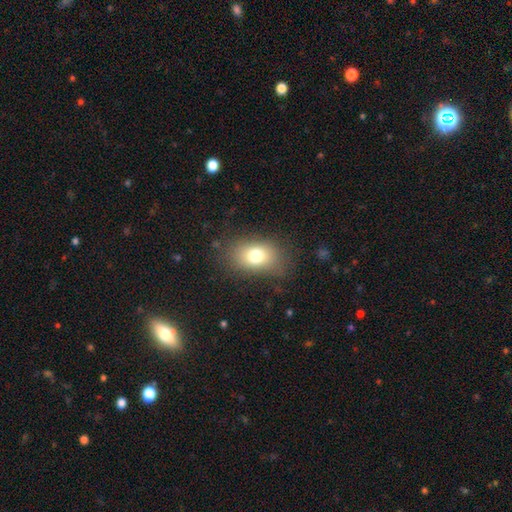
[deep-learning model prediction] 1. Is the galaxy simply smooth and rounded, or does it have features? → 75% smooth, 13% featured or disk, 12% star or artifact.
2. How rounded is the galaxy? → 76% in between, 23% round, 1% cigar-shaped.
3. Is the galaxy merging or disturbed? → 77% none, 15% minor disturbance, 7% major disturbance, 1% merger.